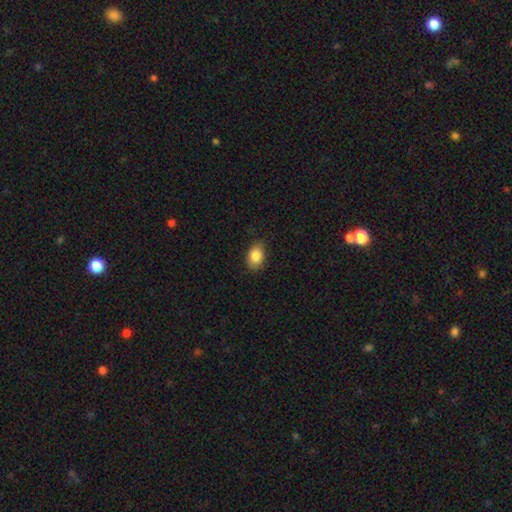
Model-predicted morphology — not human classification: Smooth or featured? Predicted: smooth (p=0.86). How rounded? Predicted: in between (p=0.82). Merging? Predicted: none (p=0.82).